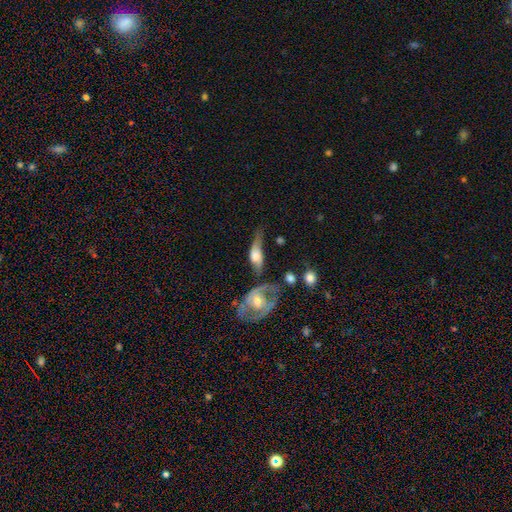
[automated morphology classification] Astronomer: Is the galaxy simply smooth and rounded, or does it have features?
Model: featured or disk — 59%.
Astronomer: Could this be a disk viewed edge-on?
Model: no — 57% (runner-up: yes, 43%).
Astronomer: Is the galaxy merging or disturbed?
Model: none — 29% (runner-up: minor disturbance, 25%).